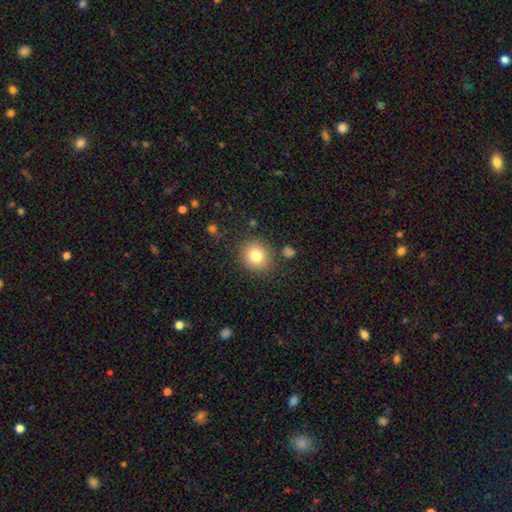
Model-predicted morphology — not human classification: Smooth or featured?
  - smooth: 80% *
  - star or artifact: 11%
  - featured or disk: 9%
How rounded?
  - round: 89% *
  - in between: 10%
  - cigar-shaped: 1%
Merging?
  - none: 85% *
  - minor disturbance: 9%
  - major disturbance: 3%
  - merger: 3%